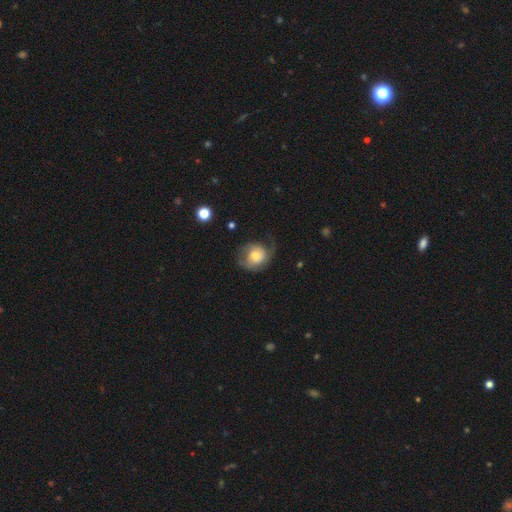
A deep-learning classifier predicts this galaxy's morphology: Smooth or featured: featured or disk — 53% (smooth — 40%)
Edge-on disk: no — 97% (yes — 3%)
Bar: no — 74% (weak — 22%)
Spiral arms: yes — 83% (no — 17%)
Bulge size: moderate — 53% (small — 24%)
Merging: none — 49% (minor disturbance — 26%)